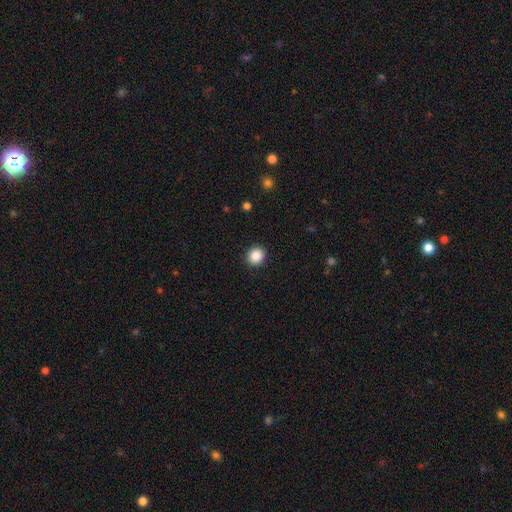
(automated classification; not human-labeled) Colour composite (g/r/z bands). It shows a smooth galaxy with no disk features (86%) that is round (87%). Merging: none (92%).